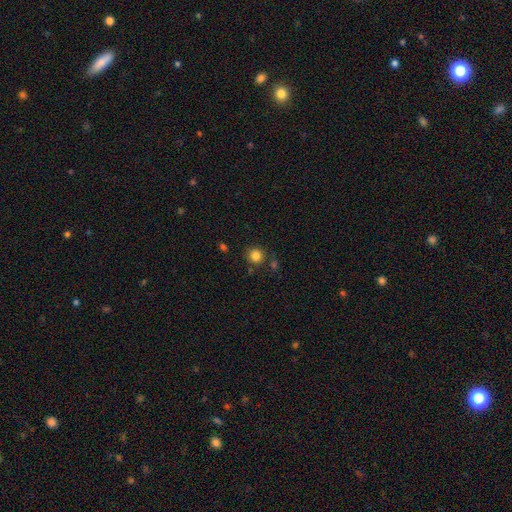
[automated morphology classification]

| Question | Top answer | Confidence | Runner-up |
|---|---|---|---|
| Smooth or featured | smooth | 83% | star or artifact (12%) |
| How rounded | round | 93% | in between (6%) |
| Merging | none | 83% | minor disturbance (9%) |